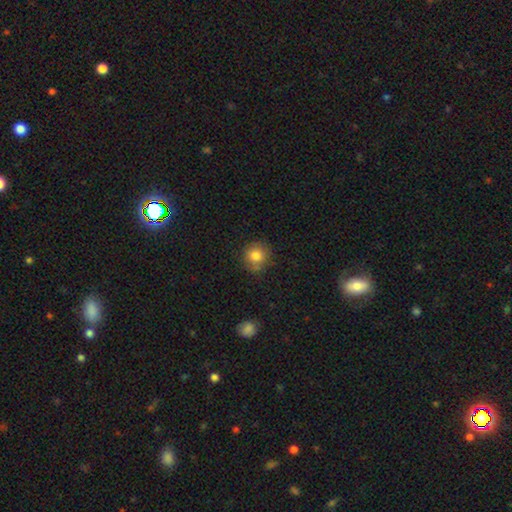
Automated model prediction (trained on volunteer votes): Overall: smooth (82%). How rounded: round (89%). Merging: none (79%).